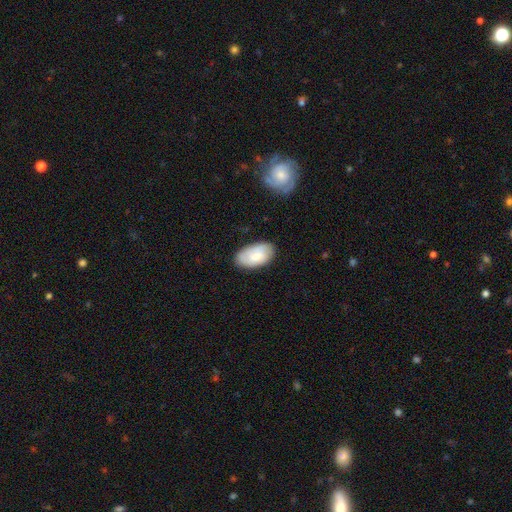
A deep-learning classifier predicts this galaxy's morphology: smooth 66%, featured or disk 28%, star or artifact 6%. Down the decision tree: how rounded — in between (95%); merging — none (78%).